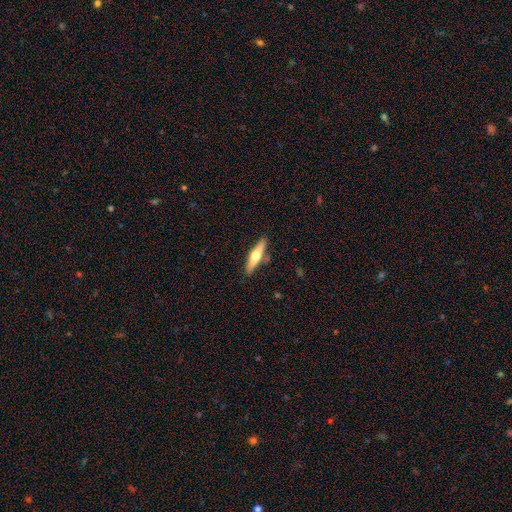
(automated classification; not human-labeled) Smooth or featured? featured or disk (50%)
Edge-on disk? yes (93%)
Merging? none (84%)